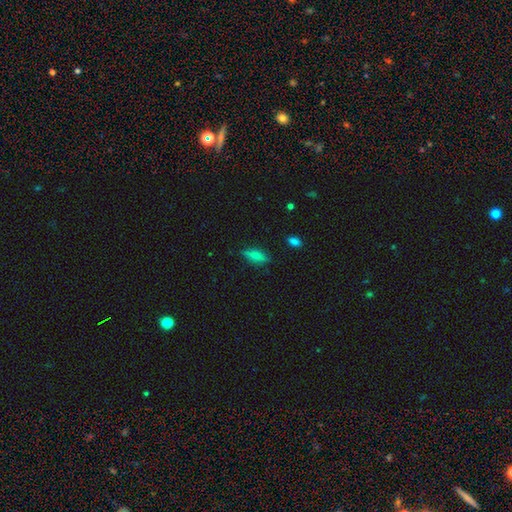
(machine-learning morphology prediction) Smooth or featured? Predicted: smooth (p=0.62). How rounded? Predicted: in between (p=0.59). Merging? Predicted: none (p=0.79).